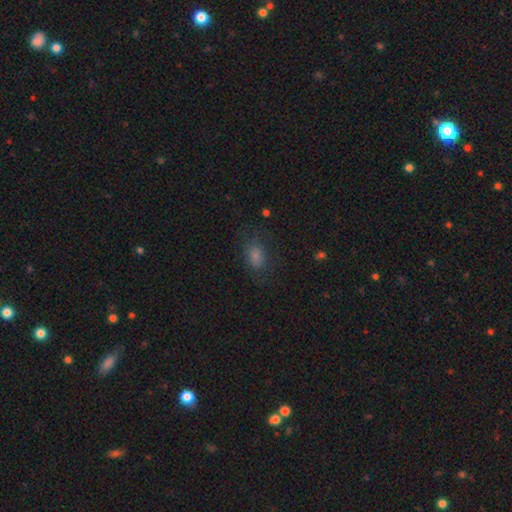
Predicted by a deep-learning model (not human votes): A smooth galaxy with no disk features (70%) that is in between round and cigar-shaped (78%).

Vote fractions:
- Smooth or featured? smooth: 70% / star or artifact: 20% / featured or disk: 10%
- How rounded? in between: 78% / round: 19% / cigar-shaped: 3%
- Merging? none: 73% / minor disturbance: 17% / major disturbance: 9% / merger: 1%